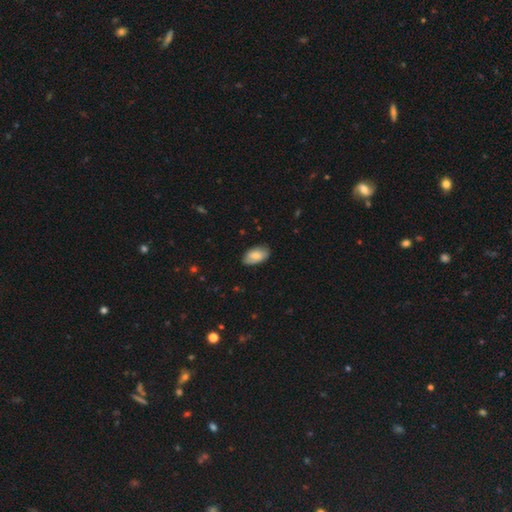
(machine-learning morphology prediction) This appears to be a smooth galaxy with no disk features (75%) that is in between round and cigar-shaped (94%). Merging: none (79%).